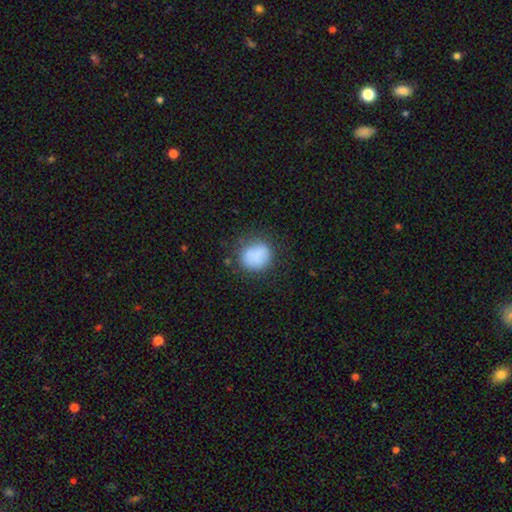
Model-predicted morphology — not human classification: Smooth or featured: smooth — 82% (star or artifact — 9%)
How rounded: round — 77% (in between — 22%)
Merging: none — 69% (minor disturbance — 20%)